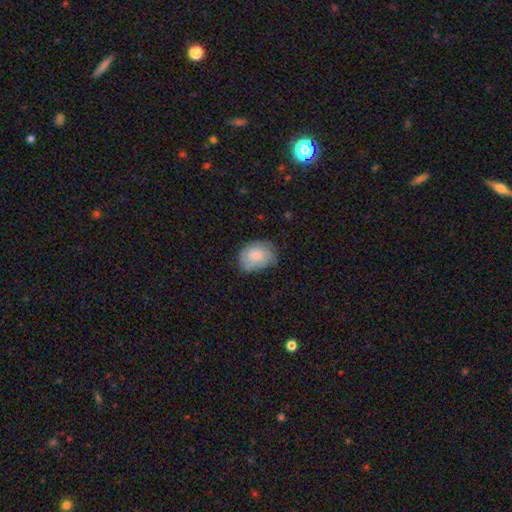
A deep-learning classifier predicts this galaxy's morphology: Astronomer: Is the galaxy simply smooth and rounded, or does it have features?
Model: smooth — 73%.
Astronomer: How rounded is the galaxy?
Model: in between — 65%.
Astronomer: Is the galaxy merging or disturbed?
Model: none — 56% (runner-up: minor disturbance, 33%).